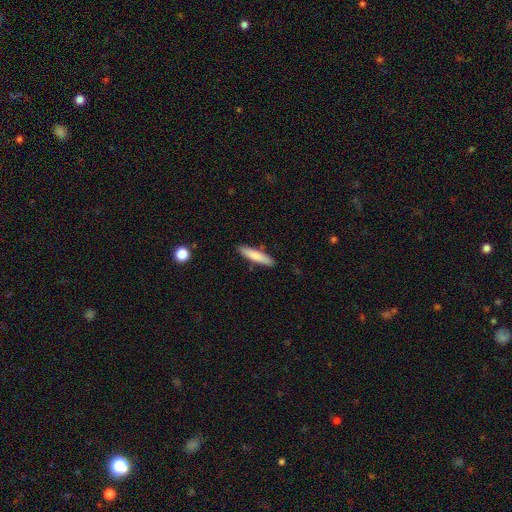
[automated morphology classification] This is clearly a smooth galaxy (81%). How rounded: clearly cigar-shaped (83%). Merging: clearly none (88%).